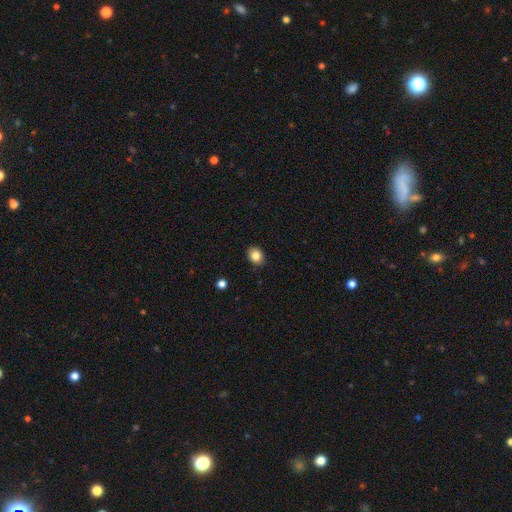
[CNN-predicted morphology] smooth_or_featured: smooth (p=0.84) [alt: star or artifact p=0.10]
how_rounded: in between (p=0.51) [alt: round p=0.48]
merging: none (p=0.89) [alt: minor disturbance p=0.08]